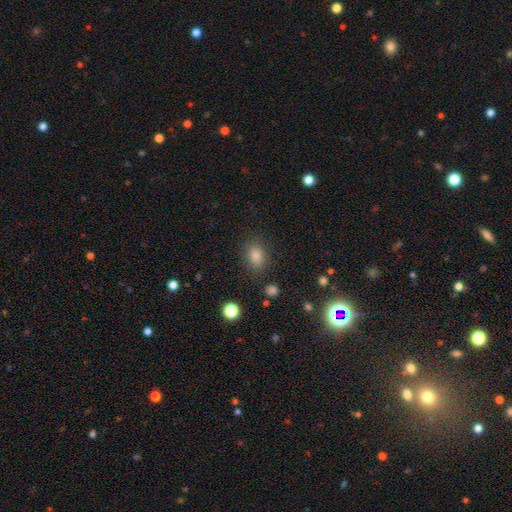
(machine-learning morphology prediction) Overall: smooth (77%). How rounded: in between (62%; round 37%). Merging: none (85%).